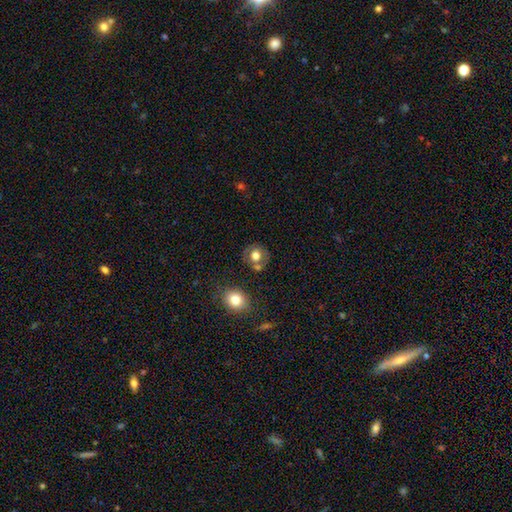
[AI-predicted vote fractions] Smooth or featured?
  - smooth: 67% *
  - featured or disk: 23%
  - star or artifact: 9%
How rounded?
  - round: 81% *
  - in between: 18%
  - cigar-shaped: 1%
Merging?
  - none: 70% *
  - minor disturbance: 13%
  - merger: 12%
  - major disturbance: 5%